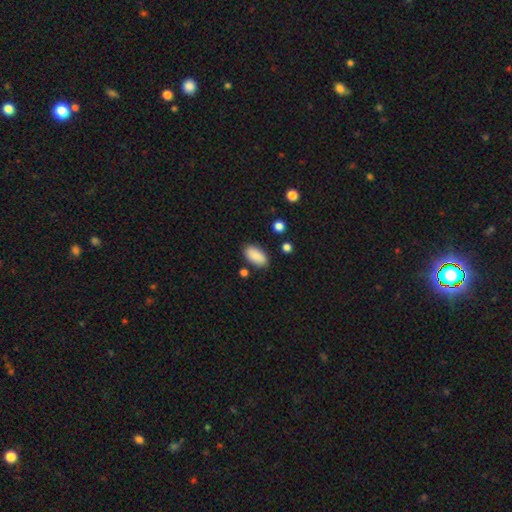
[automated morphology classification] smooth-or-featured: smooth: 89% | star or artifact: 7% | featured or disk: 5%
  how-rounded: in between: 93% | cigar-shaped: 3% | round: 3%
  merging: none: 84% | minor disturbance: 11% | merger: 3% | major disturbance: 3%